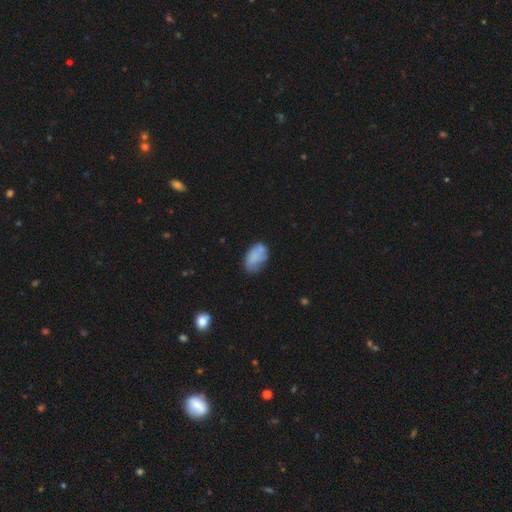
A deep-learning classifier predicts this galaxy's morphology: type=smooth (74%); roundness=in between (90%); merging=none (52%).